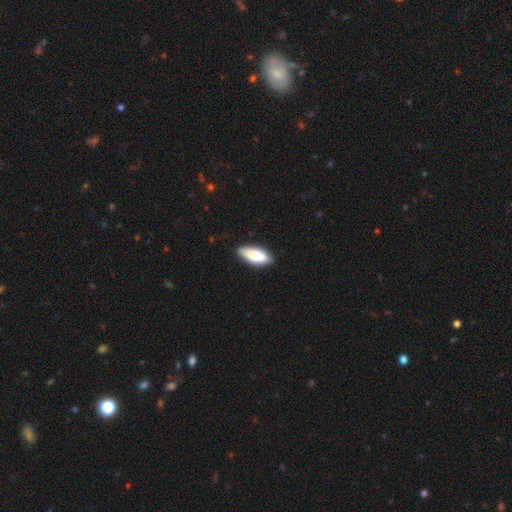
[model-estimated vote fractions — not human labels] A smooth galaxy with no disk features (83%) that is in between round and cigar-shaped (81%). Merging: none (83%).